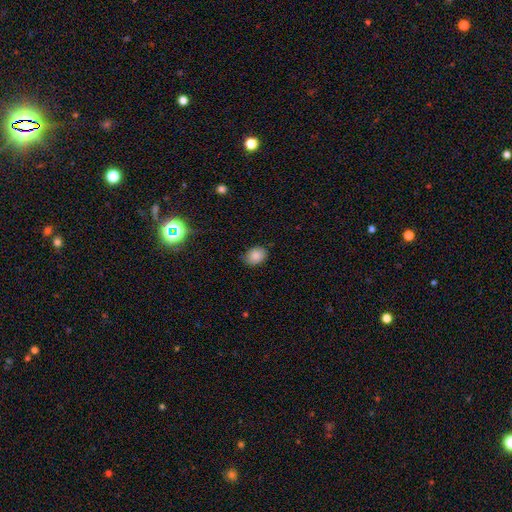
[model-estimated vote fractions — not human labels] smooth-or-featured: smooth: 85% | star or artifact: 10% | featured or disk: 5%
  how-rounded: in between: 65% | round: 34% | cigar-shaped: 1%
  merging: none: 80% | minor disturbance: 16% | major disturbance: 3% | merger: 1%